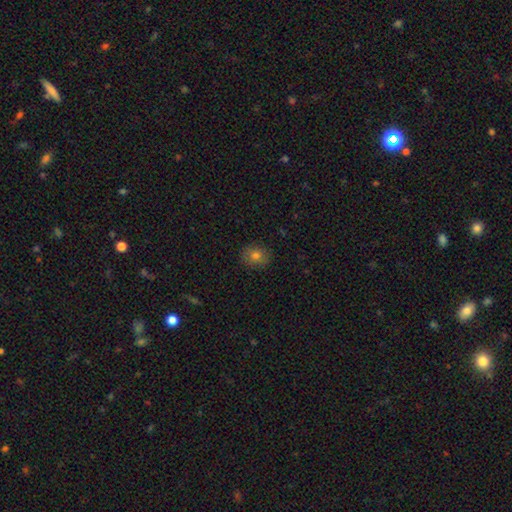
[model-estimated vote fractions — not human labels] This is likely a smooth galaxy (77%). How rounded: likely round (67%). Merging: clearly none (87%).